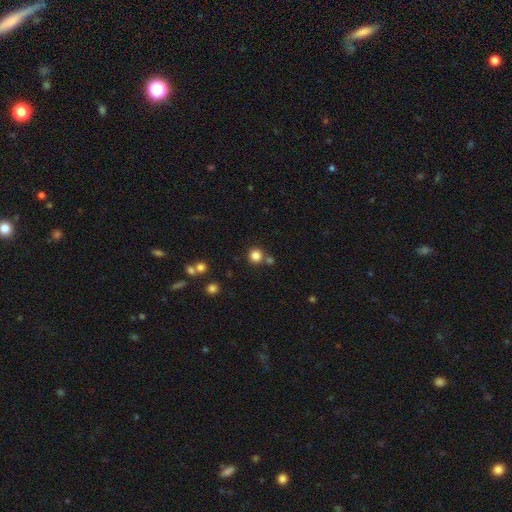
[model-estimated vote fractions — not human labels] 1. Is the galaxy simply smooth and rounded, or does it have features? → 82% smooth, 13% star or artifact, 5% featured or disk.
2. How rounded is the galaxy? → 93% round, 6% in between, 1% cigar-shaped.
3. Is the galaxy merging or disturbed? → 75% none, 14% merger, 7% minor disturbance, 3% major disturbance.